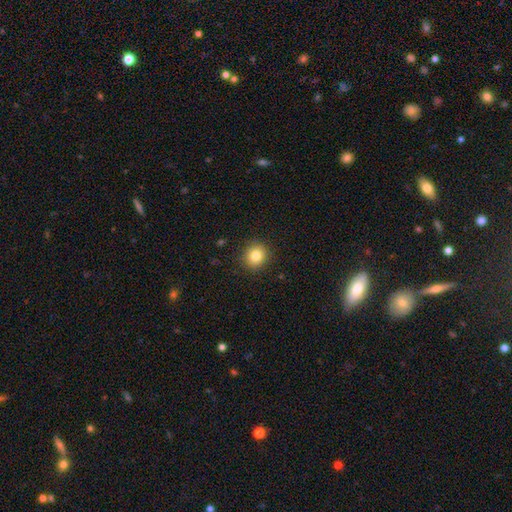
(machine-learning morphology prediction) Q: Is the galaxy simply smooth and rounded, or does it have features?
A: smooth — 82%.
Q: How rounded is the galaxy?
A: round — 86%.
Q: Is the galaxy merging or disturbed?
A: none — 90%.